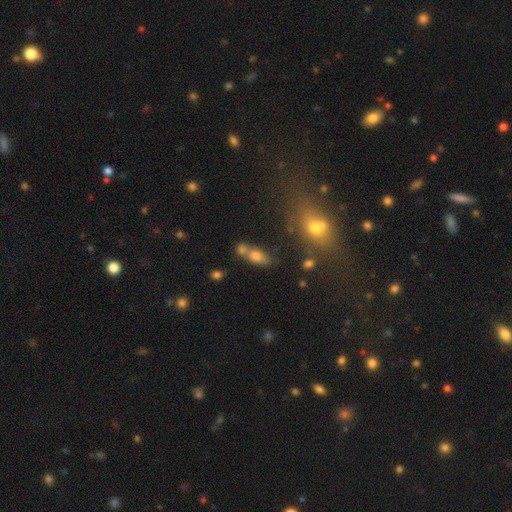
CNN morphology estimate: smooth 71%, featured or disk 18%, star or artifact 11%. Down the decision tree: how rounded — in between (74%); merging — none (41%).